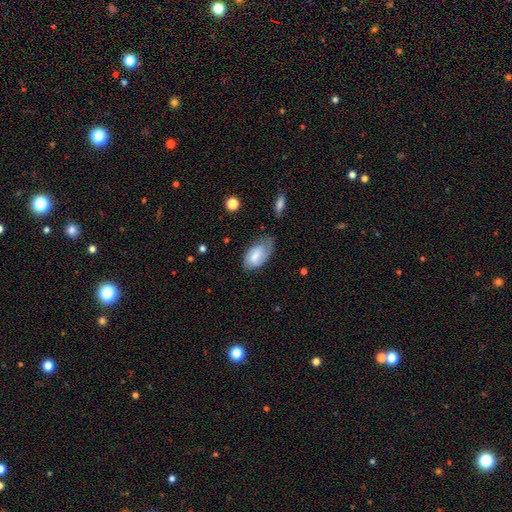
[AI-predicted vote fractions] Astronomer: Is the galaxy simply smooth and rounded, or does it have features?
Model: smooth — 61%.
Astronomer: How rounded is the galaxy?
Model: in between — 93%.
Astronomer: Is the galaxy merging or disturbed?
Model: none — 45% (runner-up: minor disturbance, 37%).